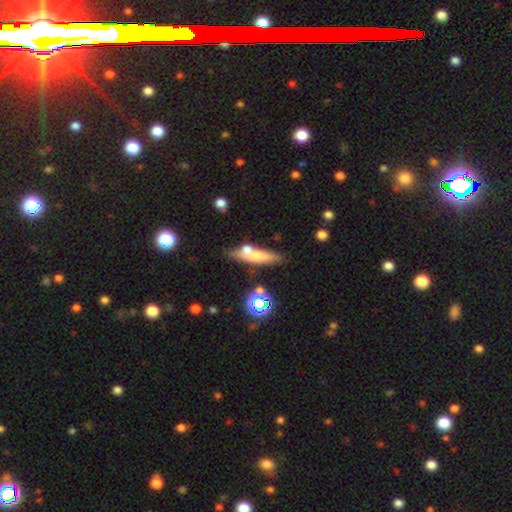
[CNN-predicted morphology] Smooth or featured?
  - smooth: 56% *
  - featured or disk: 31%
  - star or artifact: 12%
How rounded?
  - cigar-shaped: 66% *
  - in between: 29%
  - round: 5%
Merging?
  - none: 57% *
  - merger: 22%
  - minor disturbance: 15%
  - major disturbance: 6%